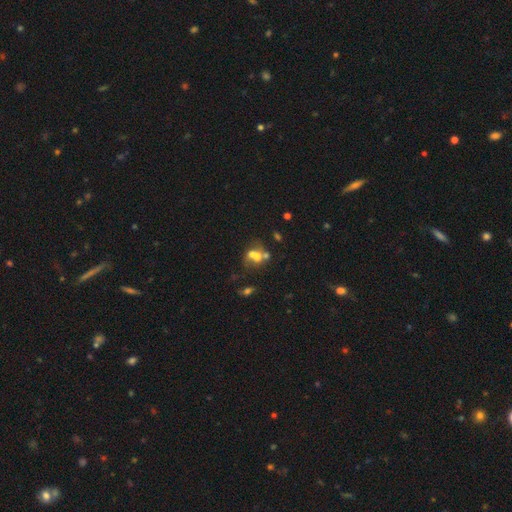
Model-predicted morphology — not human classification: This is possibly a smooth galaxy (51%). How rounded: possibly round (55%). Merging: possibly merger (56%).